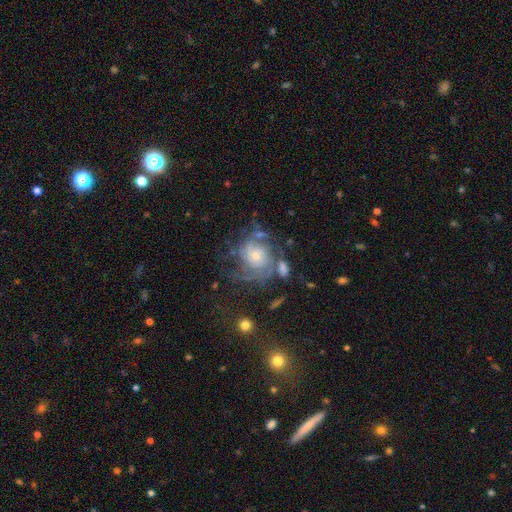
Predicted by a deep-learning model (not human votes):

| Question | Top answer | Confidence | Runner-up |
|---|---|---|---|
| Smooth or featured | featured or disk | 75% | smooth (14%) |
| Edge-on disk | no | 97% | yes (3%) |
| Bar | no | 75% | weak (21%) |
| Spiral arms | yes | 89% | no (11%) |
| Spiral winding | tight | 49% | medium (37%) |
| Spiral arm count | can't tell | 37% | 2 (25%) |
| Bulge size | small | 46% | moderate (43%) |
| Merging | none | 50% | major disturbance (21%) |